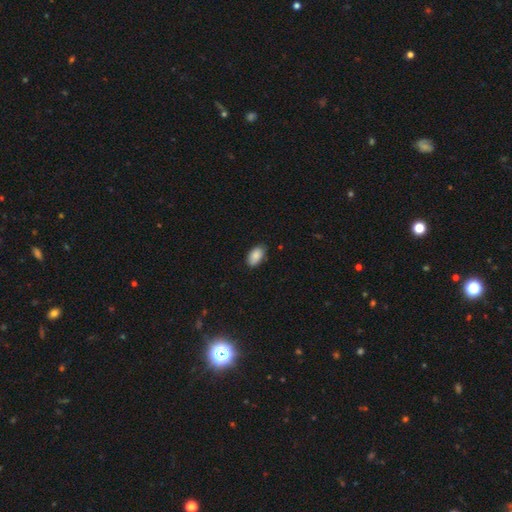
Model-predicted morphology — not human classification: Overall: smooth (88%). How rounded: in between (94%). Merging: none (81%).